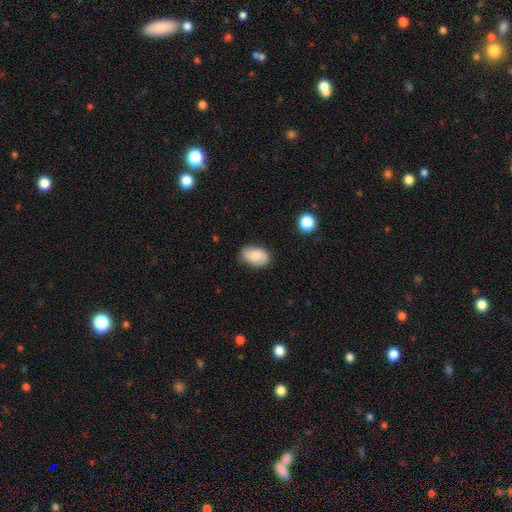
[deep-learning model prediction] smooth 70%, featured or disk 23%, star or artifact 8%. Down the decision tree: how rounded — in between (89%); merging — none (75%).